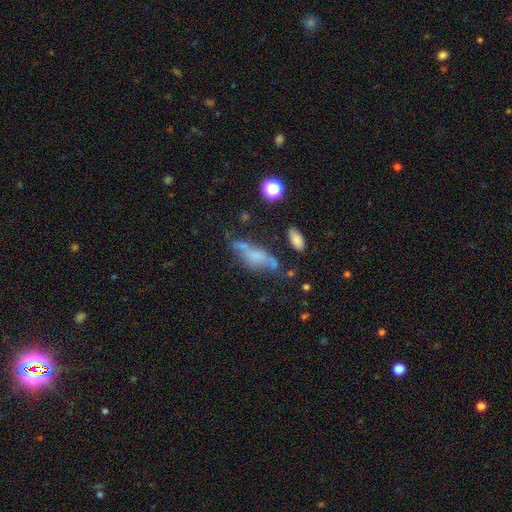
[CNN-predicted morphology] A featured or disk galaxy (43%). Merging: none (44%).